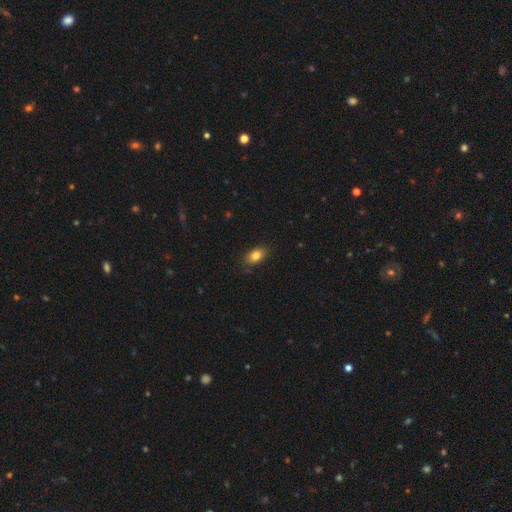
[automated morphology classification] This appears to be a smooth galaxy with no disk features (81%) that is in between round and cigar-shaped (87%). Merging: none (83%).